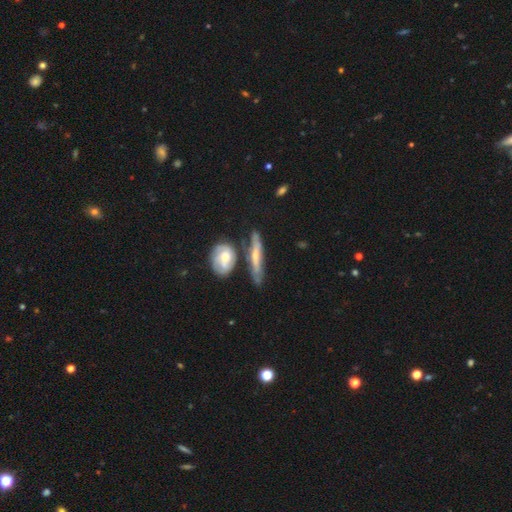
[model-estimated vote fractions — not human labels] Smooth or featured? Predicted: featured or disk (p=0.58). Edge-on disk? Predicted: yes (p=0.57). Merging? Predicted: none (p=0.56).